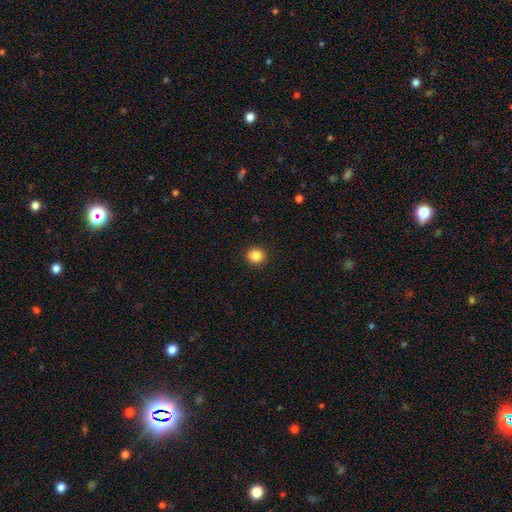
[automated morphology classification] Smooth or featured: smooth — 85% (star or artifact — 11%)
How rounded: round — 87% (in between — 12%)
Merging: none — 91% (minor disturbance — 6%)